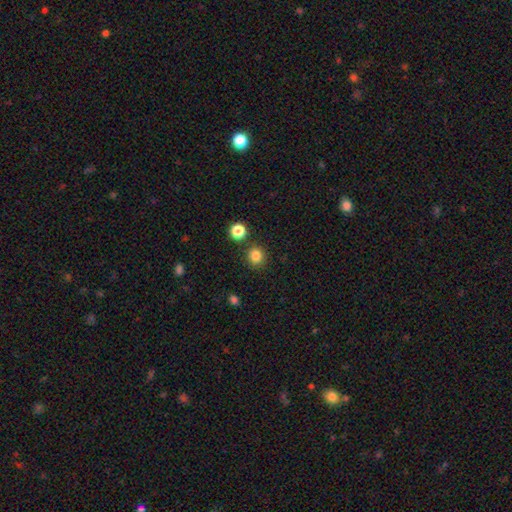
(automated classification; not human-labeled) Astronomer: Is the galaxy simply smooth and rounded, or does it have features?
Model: smooth — 84%.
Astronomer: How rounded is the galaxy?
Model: round — 88%.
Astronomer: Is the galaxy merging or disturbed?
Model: none — 86%.